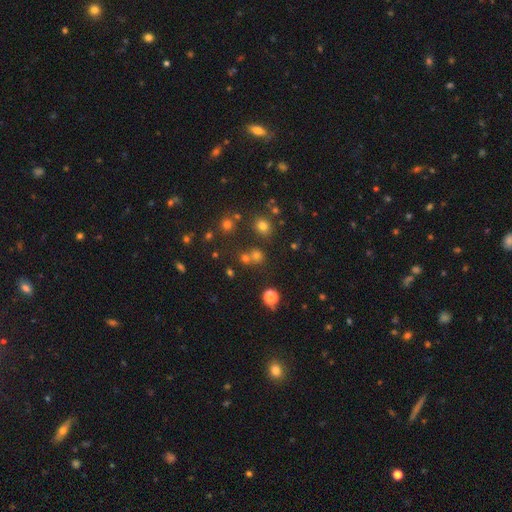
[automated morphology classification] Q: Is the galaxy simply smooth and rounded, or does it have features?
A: smooth — 60%.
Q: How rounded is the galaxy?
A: round — 82%.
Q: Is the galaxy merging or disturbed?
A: none — 66%.